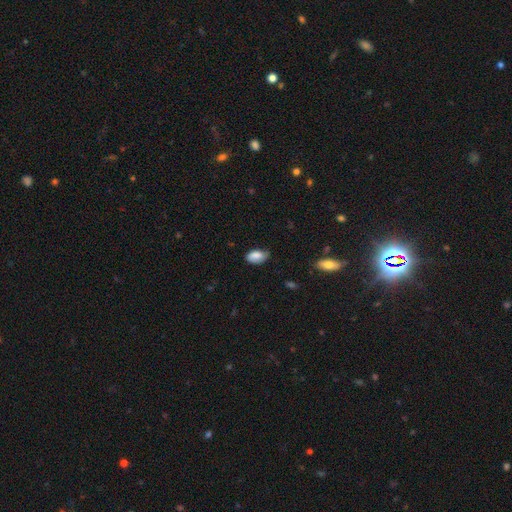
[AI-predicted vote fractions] Smooth or featured? smooth (82%)
How rounded? in between (93%)
Merging? none (63%)